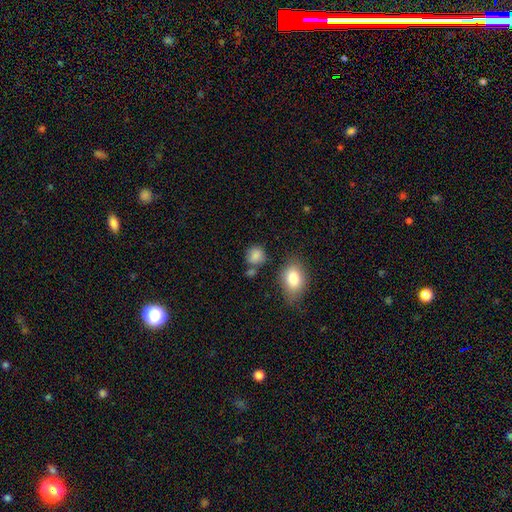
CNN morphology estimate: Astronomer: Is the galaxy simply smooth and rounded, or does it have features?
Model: smooth — 85%.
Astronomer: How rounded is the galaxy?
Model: round — 73%.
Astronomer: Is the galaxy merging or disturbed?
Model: none — 67%.